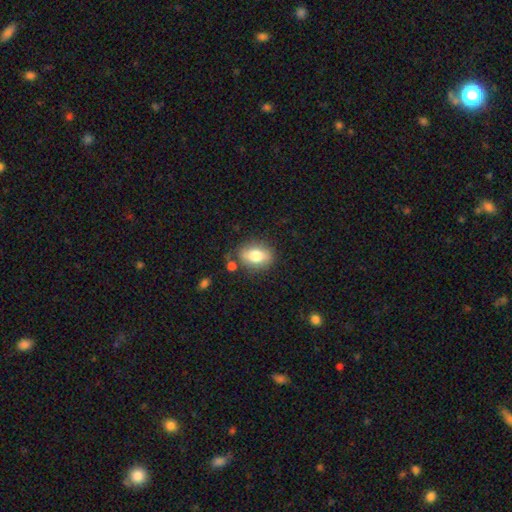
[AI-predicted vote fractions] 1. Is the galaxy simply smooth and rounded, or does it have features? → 76% smooth, 16% featured or disk, 8% star or artifact.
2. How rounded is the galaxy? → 75% in between, 23% round, 2% cigar-shaped.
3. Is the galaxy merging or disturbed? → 76% none, 15% minor disturbance, 5% merger, 4% major disturbance.